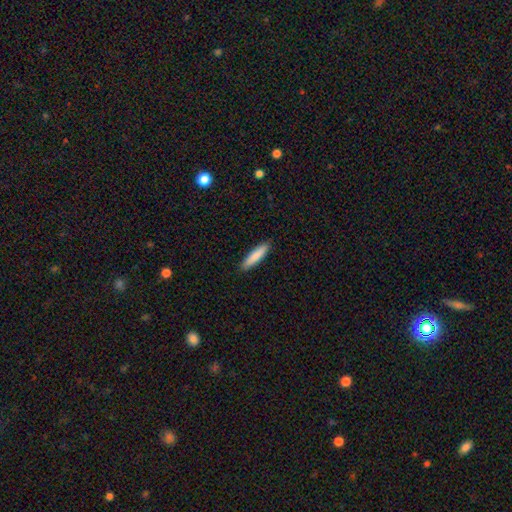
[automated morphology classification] Smooth or featured? smooth (85%)
How rounded? cigar-shaped (82%)
Merging? none (91%)